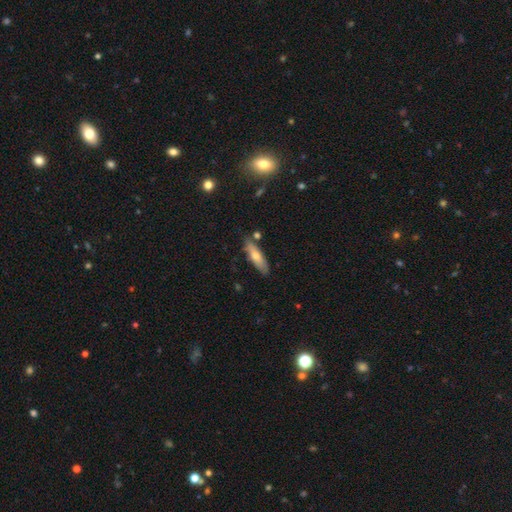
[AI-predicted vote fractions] Overall: smooth (62%; featured or disk 31%). How rounded: cigar-shaped (58%; in between 39%). Merging: none (79%).